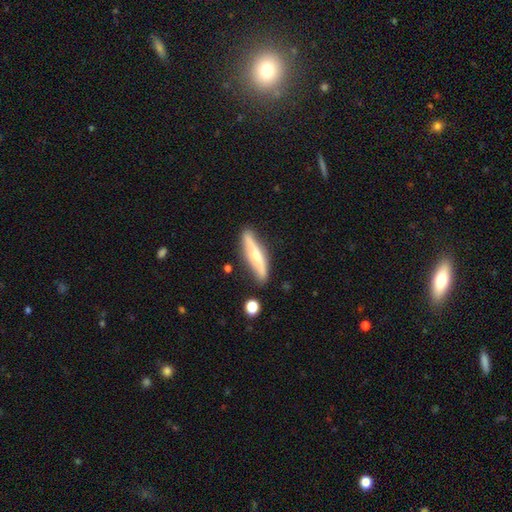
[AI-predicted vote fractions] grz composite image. It shows a featured or disk galaxy (54%) viewed edge-on (84%). Merging: none (78%).